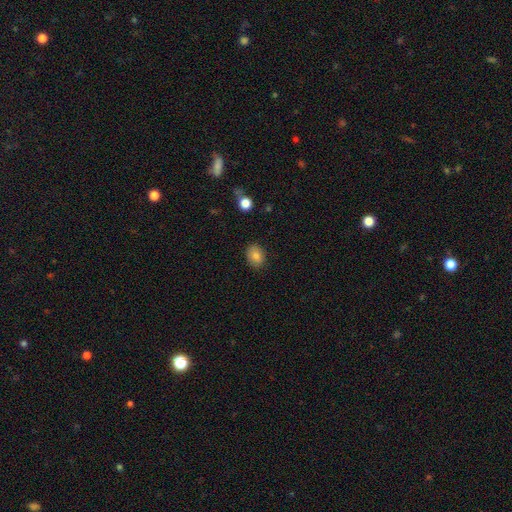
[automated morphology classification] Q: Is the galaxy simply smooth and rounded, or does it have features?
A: smooth — 82%.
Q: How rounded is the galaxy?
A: in between — 70%.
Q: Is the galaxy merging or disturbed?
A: none — 86%.